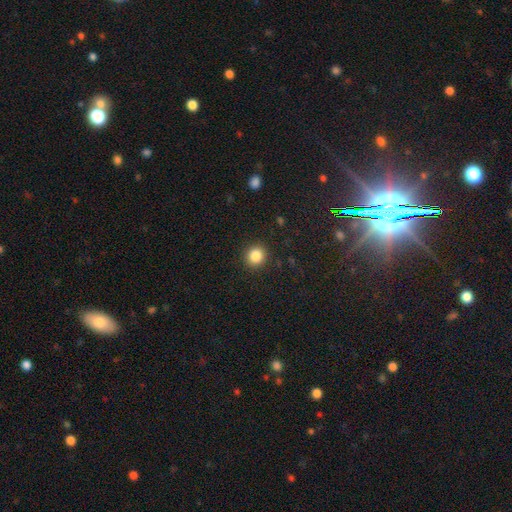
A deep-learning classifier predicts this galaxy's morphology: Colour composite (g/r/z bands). It shows a smooth galaxy with no disk features (85%) that is round (90%). Merging: none (91%).